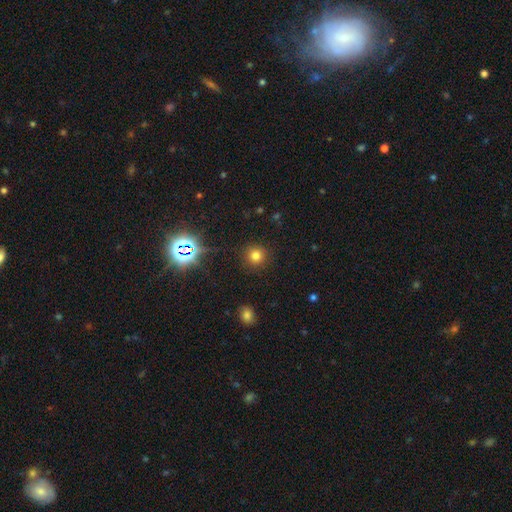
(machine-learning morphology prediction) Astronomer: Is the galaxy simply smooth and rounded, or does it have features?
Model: smooth — 73%.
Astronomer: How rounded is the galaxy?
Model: round — 93%.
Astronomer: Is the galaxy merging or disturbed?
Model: none — 90%.